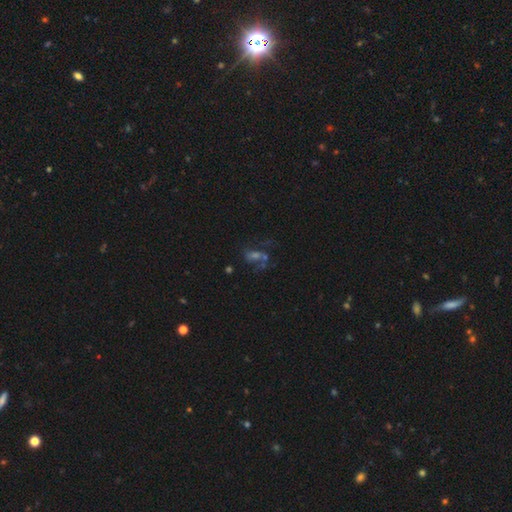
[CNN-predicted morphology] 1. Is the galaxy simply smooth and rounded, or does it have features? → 45% featured or disk, 33% star or artifact, 22% smooth.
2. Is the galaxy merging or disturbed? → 41% none, 27% major disturbance, 17% merger, 15% minor disturbance.